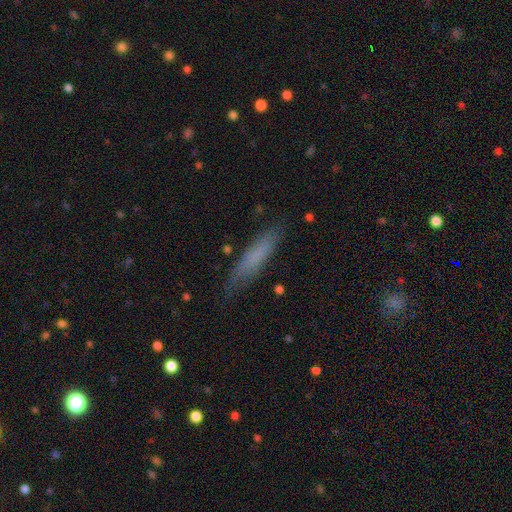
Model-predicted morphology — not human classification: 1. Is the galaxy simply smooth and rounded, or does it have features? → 70% smooth, 22% featured or disk, 8% star or artifact.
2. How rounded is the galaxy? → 80% cigar-shaped, 18% in between, 2% round.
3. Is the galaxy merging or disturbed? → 77% none, 17% minor disturbance, 4% major disturbance, 2% merger.